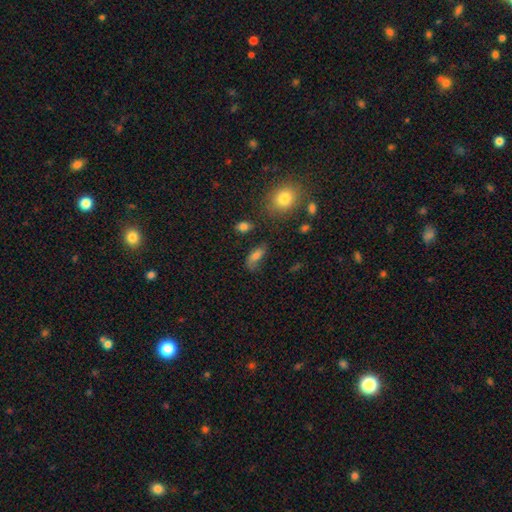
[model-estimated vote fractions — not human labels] A smooth galaxy with no disk features (71%) that is in between round and cigar-shaped (81%). Merging: none (58%).